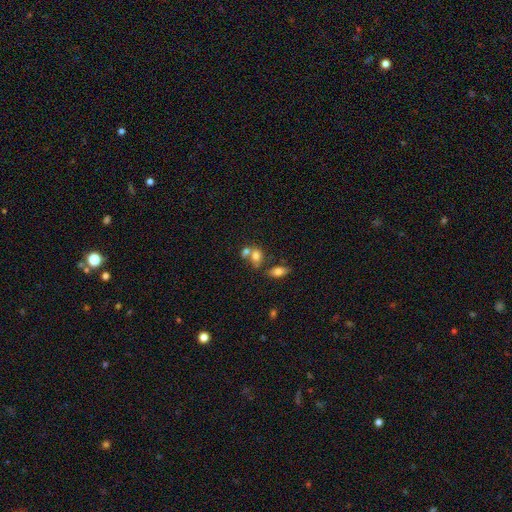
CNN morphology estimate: smooth 74%, featured or disk 15%, star or artifact 12%. Down the decision tree: how rounded — in between (61%); merging — merger (51%).